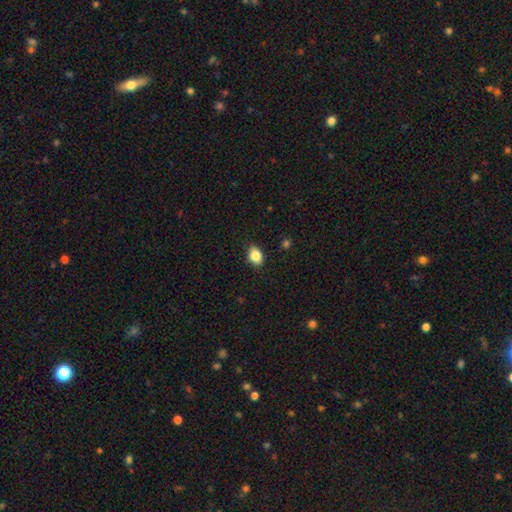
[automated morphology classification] smooth-or-featured: smooth: 85% | star or artifact: 9% | featured or disk: 6%
  how-rounded: in between: 69% | round: 29% | cigar-shaped: 1%
  merging: none: 84% | minor disturbance: 12% | major disturbance: 2% | merger: 1%